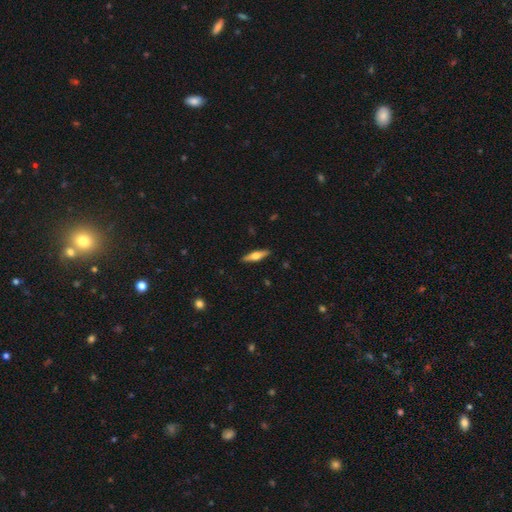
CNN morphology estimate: Overall: featured or disk (53%; smooth 41%). Edge-on disk: yes (94%). Merging: none (90%).